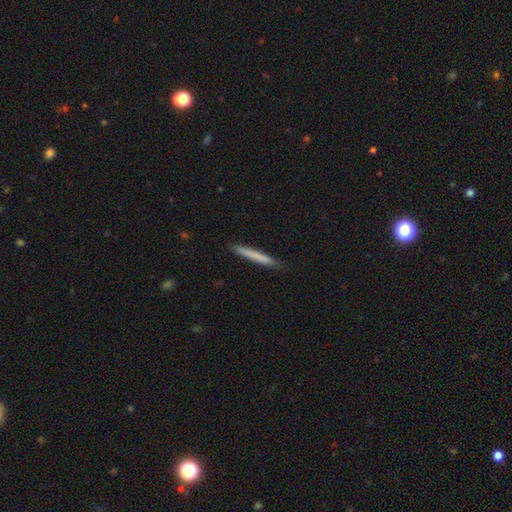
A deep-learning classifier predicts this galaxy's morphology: smooth-or-featured: smooth: 73% | featured or disk: 21% | star or artifact: 6%
  how-rounded: cigar-shaped: 97% | in between: 2% | round: 1%
  merging: none: 90% | minor disturbance: 7% | major disturbance: 1% | merger: 1%